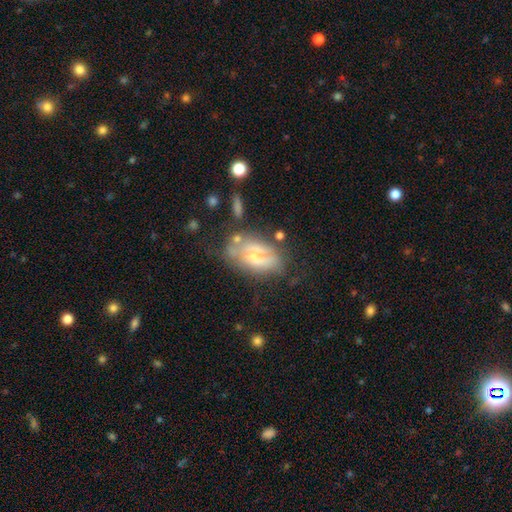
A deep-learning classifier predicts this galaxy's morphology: Smooth or featured?
  - featured or disk: 51% *
  - smooth: 40%
  - star or artifact: 9%
Edge-on disk?
  - no: 89% *
  - yes: 11%
Merging?
  - none: 41% *
  - minor disturbance: 27%
  - major disturbance: 20%
  - merger: 12%